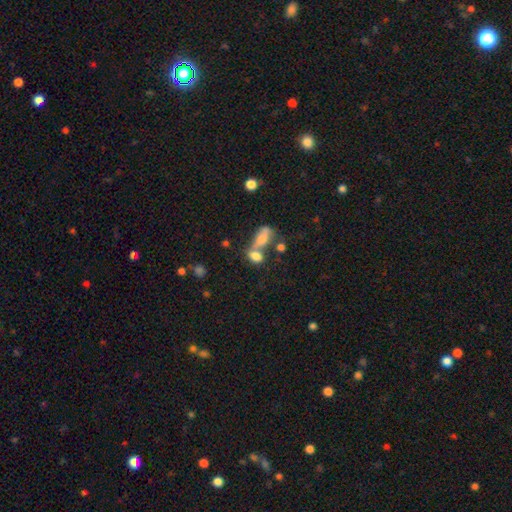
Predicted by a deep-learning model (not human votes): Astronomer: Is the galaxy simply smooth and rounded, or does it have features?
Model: smooth — 73%.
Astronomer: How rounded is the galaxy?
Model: in between — 78%.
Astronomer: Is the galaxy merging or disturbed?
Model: merger — 56%.